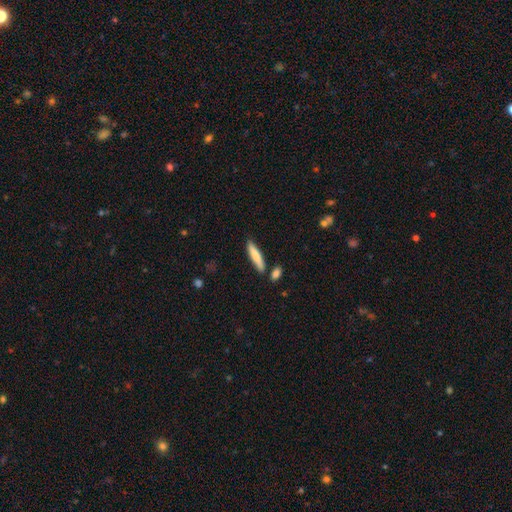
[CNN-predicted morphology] type=smooth (78%); roundness=cigar-shaped (84%); merging=none (80%).